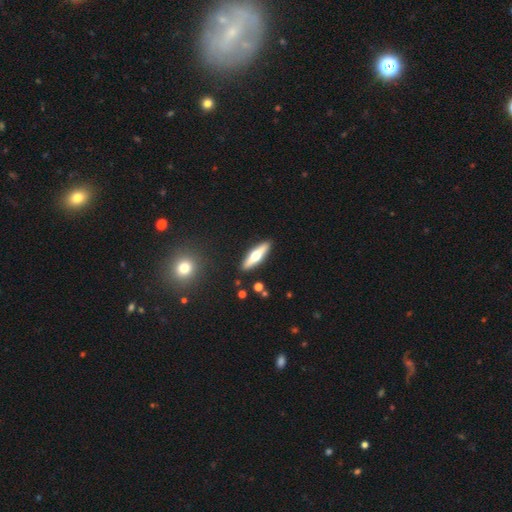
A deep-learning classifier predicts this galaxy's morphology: type=featured or disk (53%); edge-on=yes (91%); merging=none (90%).